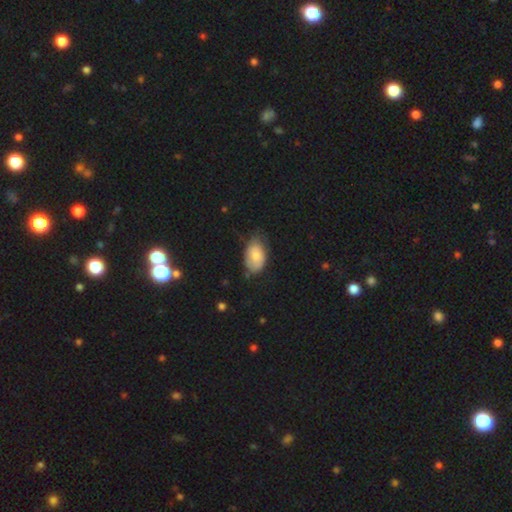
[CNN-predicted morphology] smooth-or-featured: smooth: 71% | featured or disk: 23% | star or artifact: 7%
  how-rounded: in between: 92% | round: 7% | cigar-shaped: 1%
  merging: none: 54% | minor disturbance: 35% | major disturbance: 9% | merger: 2%